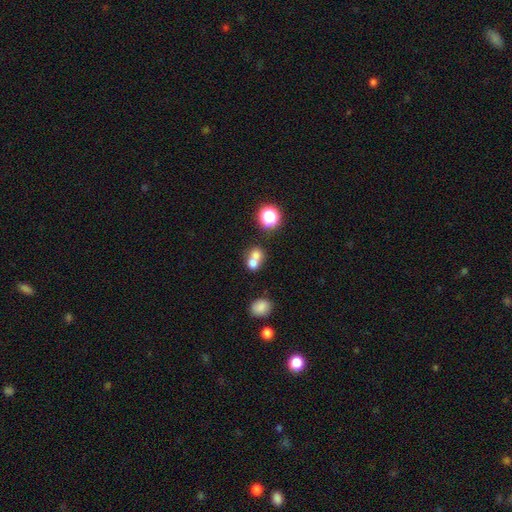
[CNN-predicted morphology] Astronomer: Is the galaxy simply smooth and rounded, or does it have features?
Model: smooth — 70%.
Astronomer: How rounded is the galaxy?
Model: round — 70%.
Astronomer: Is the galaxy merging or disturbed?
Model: merger — 63%.